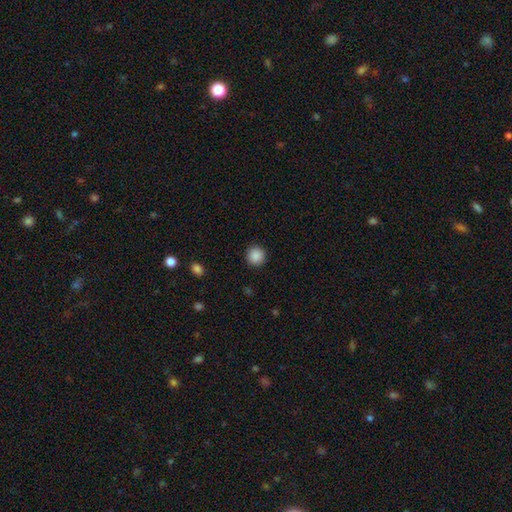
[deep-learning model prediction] This is clearly a smooth galaxy (88%). How rounded: clearly round (95%). Merging: clearly none (92%).